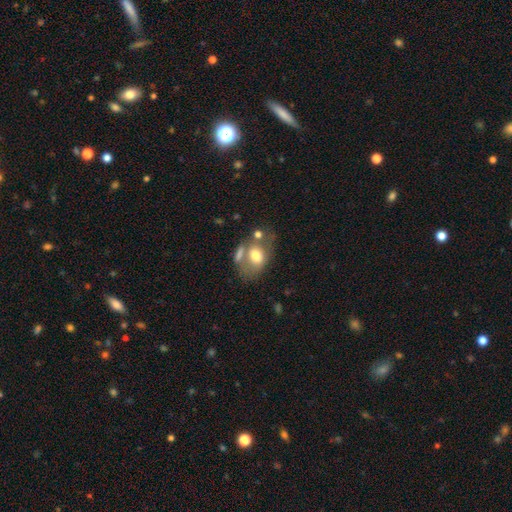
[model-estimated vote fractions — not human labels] smooth_or_featured: smooth (p=0.65) [alt: featured or disk p=0.27]
how_rounded: in between (p=0.77) [alt: round p=0.21]
merging: none (p=0.40) [alt: merger p=0.29]